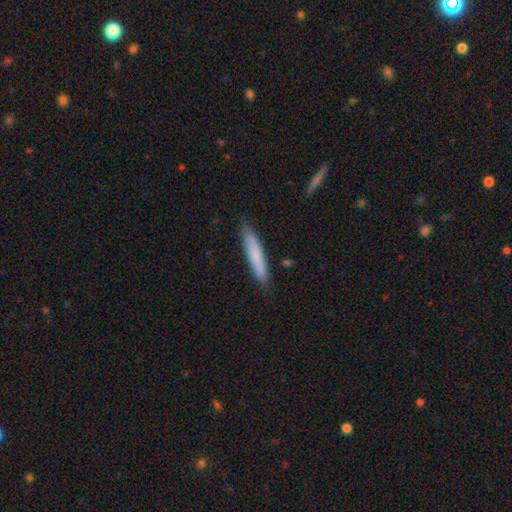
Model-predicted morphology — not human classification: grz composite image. It shows a smooth galaxy with no disk features (78%) that is cigar-shaped (91%). Merging: none (86%).